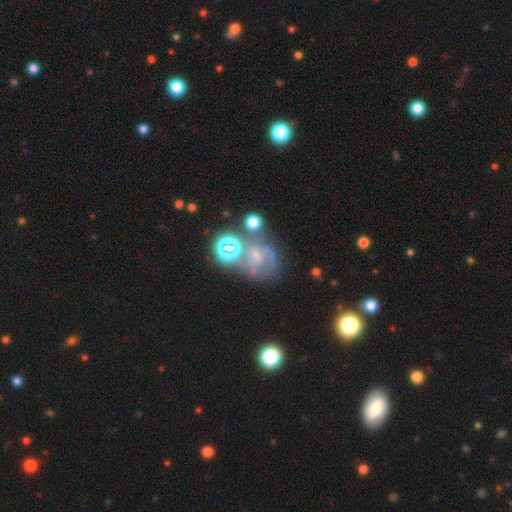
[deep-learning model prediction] Morphology: type=featured or disk (49%); merging=none (44%).